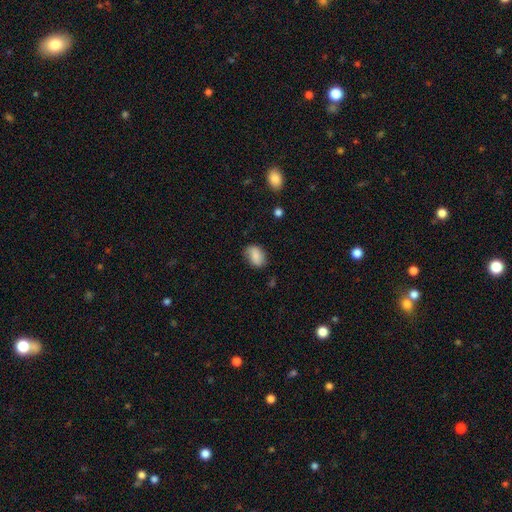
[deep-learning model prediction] A smooth galaxy with no disk features (79%) that is in between round and cigar-shaped (77%). Merging: none (67%).